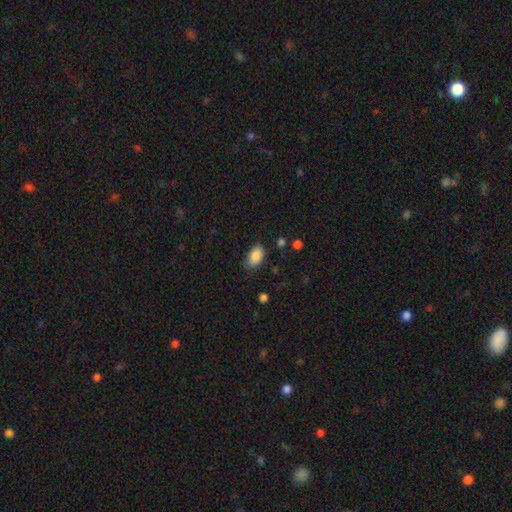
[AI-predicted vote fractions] Smooth or featured? Predicted: smooth (p=0.88). How rounded? Predicted: in between (p=0.93). Merging? Predicted: none (p=0.76).